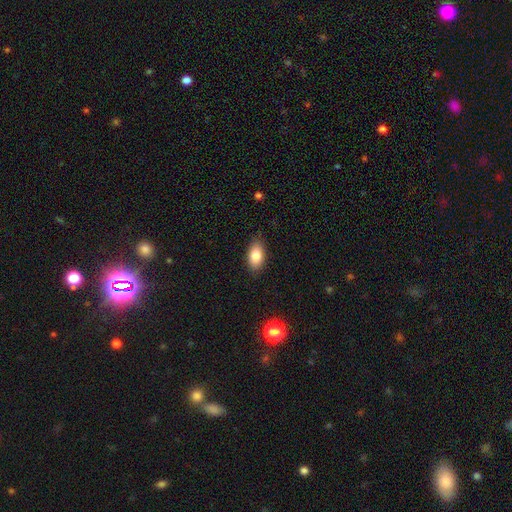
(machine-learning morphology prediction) smooth 85%, featured or disk 8%, star or artifact 8%. Down the decision tree: how rounded — in between (92%); merging — none (85%).